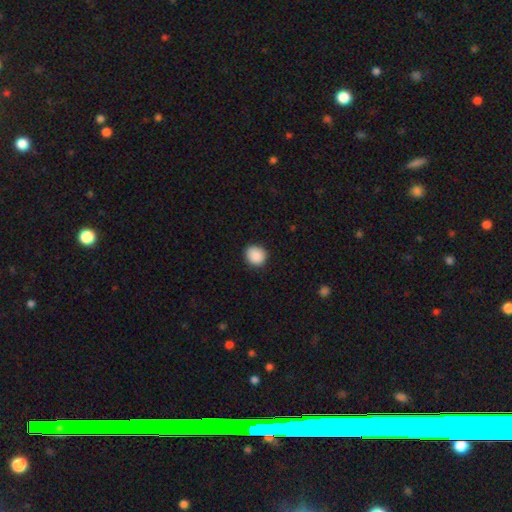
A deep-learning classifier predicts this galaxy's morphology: Q: Smooth or featured?
A: smooth (90%); runner-up: star or artifact (8%)
Q: How rounded?
A: round (83%); runner-up: in between (16%)
Q: Merging?
A: none (87%); runner-up: minor disturbance (9%)